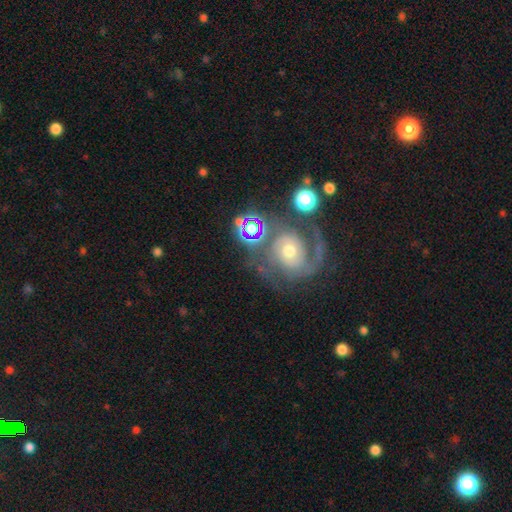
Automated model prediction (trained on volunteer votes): A featured or disk galaxy (83%) with no bar (68%), 2 (59%) tight (50%) spiral arms (95%) and a moderate central bulge (49%). Merging: none (58%).